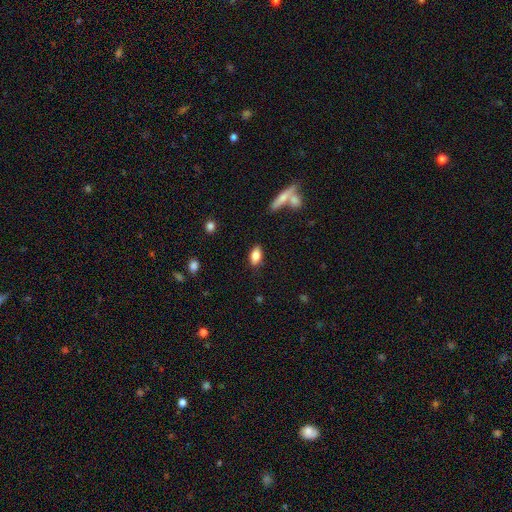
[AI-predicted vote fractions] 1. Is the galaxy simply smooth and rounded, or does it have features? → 82% smooth, 10% featured or disk, 8% star or artifact.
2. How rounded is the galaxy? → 88% in between, 7% cigar-shaped, 4% round.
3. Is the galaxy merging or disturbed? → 84% none, 10% minor disturbance, 3% merger, 3% major disturbance.